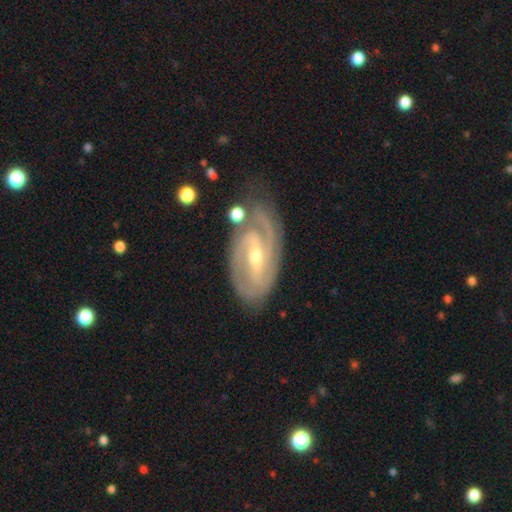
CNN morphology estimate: Smooth or featured? featured or disk (90%)
Edge-on disk? no (95%)
Bar? strong (44%)
Spiral arms? yes (97%)
Spiral winding? tight (57%)
Spiral arm count? 2 (64%)
Bulge size? small (49%)
Merging? none (71%)